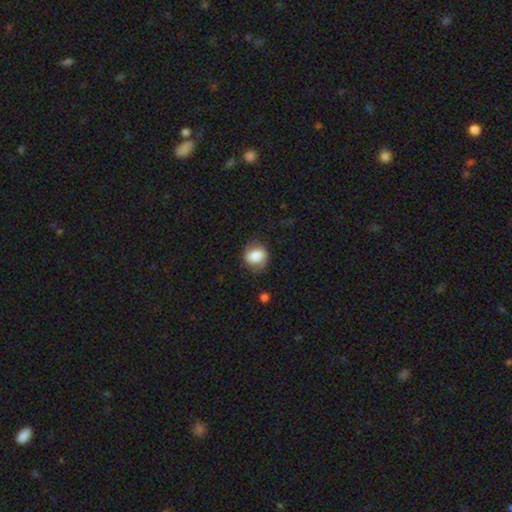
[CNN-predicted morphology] A smooth galaxy with no disk features (74%) that is round (64%).

Vote fractions:
- Smooth or featured? smooth: 74% / featured or disk: 18% / star or artifact: 8%
- How rounded? round: 64% / in between: 35% / cigar-shaped: 1%
- Merging? none: 68% / minor disturbance: 23% / major disturbance: 8% / merger: 2%